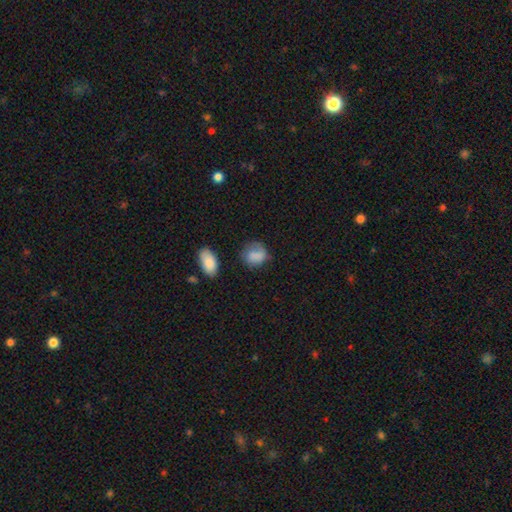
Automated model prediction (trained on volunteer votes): This is clearly a smooth galaxy (83%). How rounded: possibly round (58%). Merging: possibly none (56%).